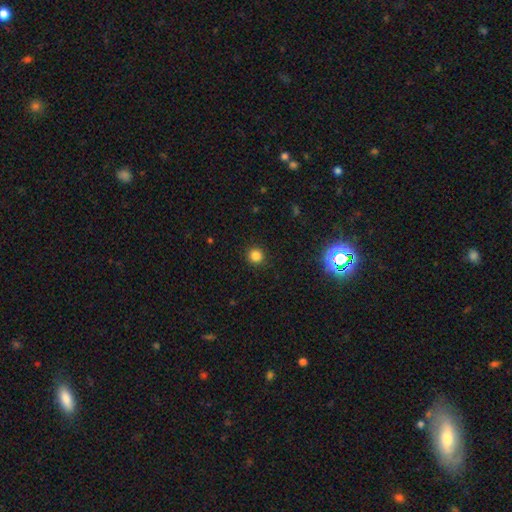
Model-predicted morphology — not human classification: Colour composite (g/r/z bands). It shows a smooth galaxy with no disk features (83%) that is round (94%). Merging: none (92%).